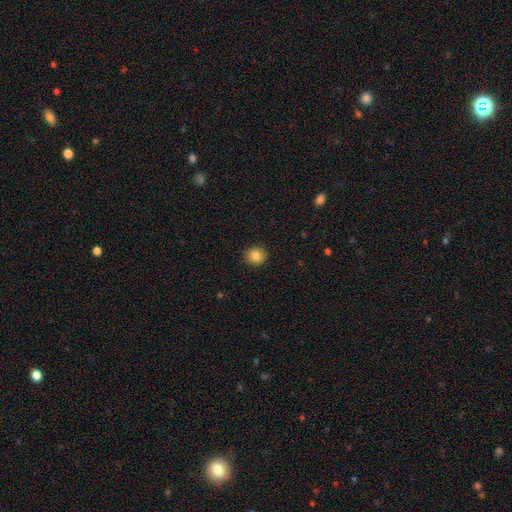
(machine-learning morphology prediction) A smooth galaxy with no disk features (84%) that is round (85%). Merging: none (91%).